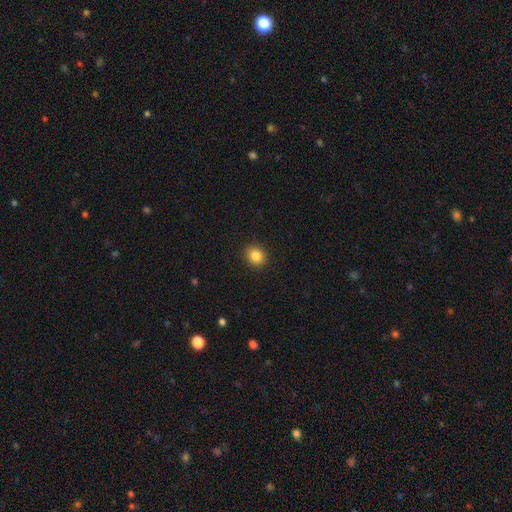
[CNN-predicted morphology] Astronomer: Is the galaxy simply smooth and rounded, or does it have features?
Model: smooth — 85%.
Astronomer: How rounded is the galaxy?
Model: round — 73%.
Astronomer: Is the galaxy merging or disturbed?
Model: none — 92%.